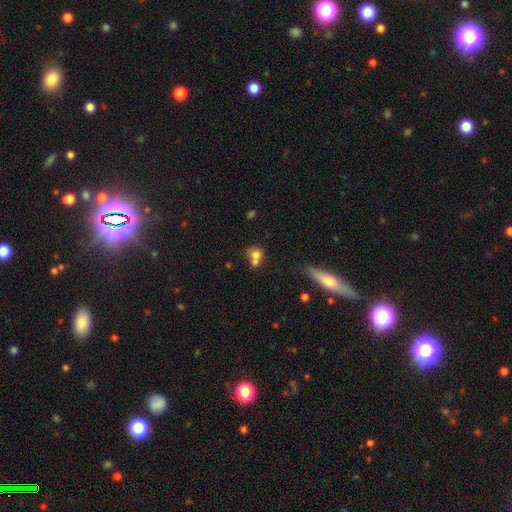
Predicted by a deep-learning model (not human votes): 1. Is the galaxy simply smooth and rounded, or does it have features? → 72% smooth, 17% featured or disk, 11% star or artifact.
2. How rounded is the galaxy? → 63% round, 35% in between, 2% cigar-shaped.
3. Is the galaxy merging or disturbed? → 53% merger, 32% none, 10% minor disturbance, 5% major disturbance.